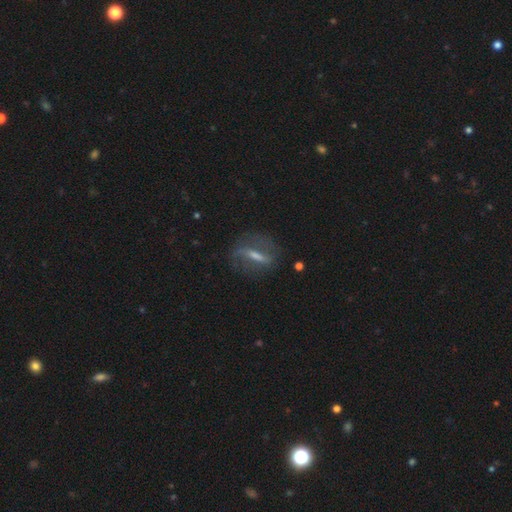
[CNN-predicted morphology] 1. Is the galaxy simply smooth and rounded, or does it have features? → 64% featured or disk, 25% smooth, 11% star or artifact.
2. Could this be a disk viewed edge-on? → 70% no, 30% yes.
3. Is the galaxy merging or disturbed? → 70% none, 17% minor disturbance, 12% major disturbance, 2% merger.